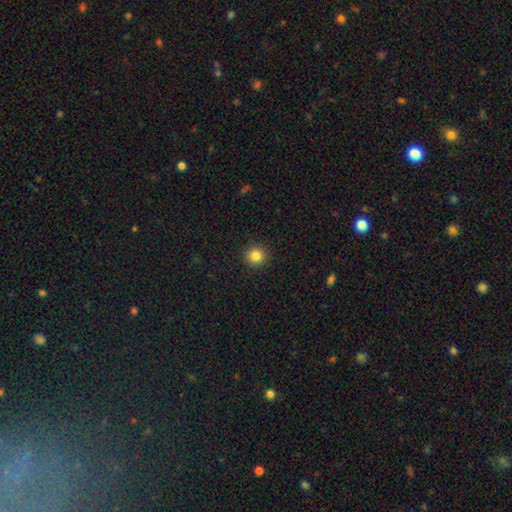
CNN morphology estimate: Smooth or featured?
  - smooth: 84% *
  - star or artifact: 11%
  - featured or disk: 5%
How rounded?
  - round: 93% *
  - in between: 6%
  - cigar-shaped: 1%
Merging?
  - none: 92% *
  - minor disturbance: 5%
  - major disturbance: 2%
  - merger: 1%